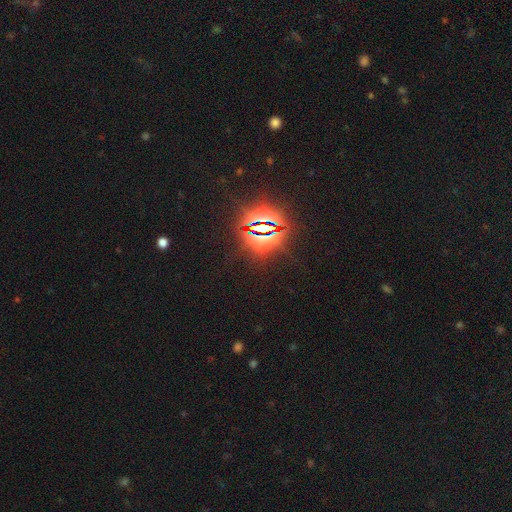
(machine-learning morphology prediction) smooth-or-featured: star or artifact: 80% | smooth: 12% | featured or disk: 8%